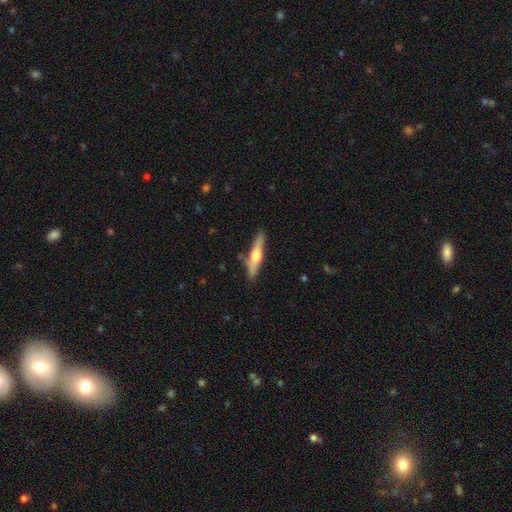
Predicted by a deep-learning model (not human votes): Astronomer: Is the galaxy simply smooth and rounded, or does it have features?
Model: featured or disk — 54% (runner-up: smooth, 40%).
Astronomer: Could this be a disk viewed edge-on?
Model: yes — 95%.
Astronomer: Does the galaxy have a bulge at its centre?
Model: rounded — 89%.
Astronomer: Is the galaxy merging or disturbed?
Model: none — 82%.